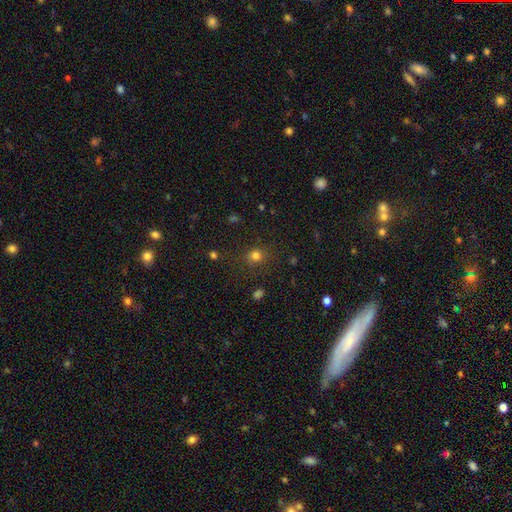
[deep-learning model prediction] Q: Smooth or featured?
A: smooth (78%); runner-up: star or artifact (16%)
Q: How rounded?
A: round (82%); runner-up: in between (17%)
Q: Merging?
A: none (82%); runner-up: minor disturbance (11%)